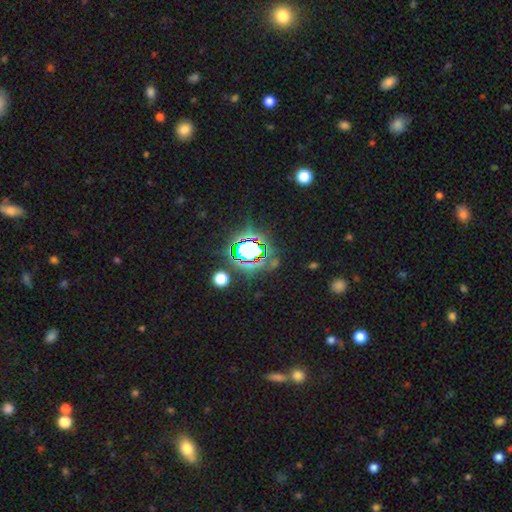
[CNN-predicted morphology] smooth-or-featured: star or artifact: 77% | smooth: 14% | featured or disk: 9%